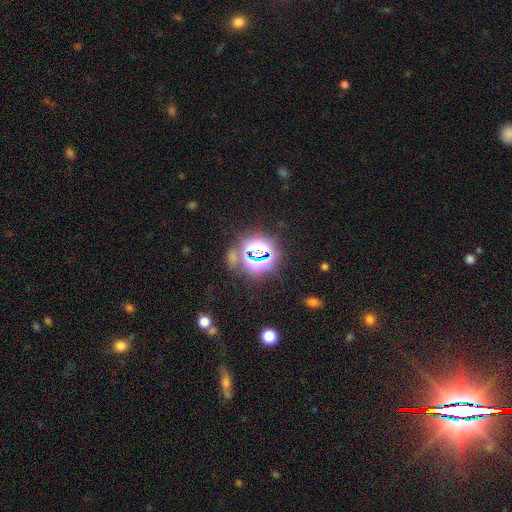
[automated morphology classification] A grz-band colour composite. It shows a star or artifact, not a galaxy (77%).